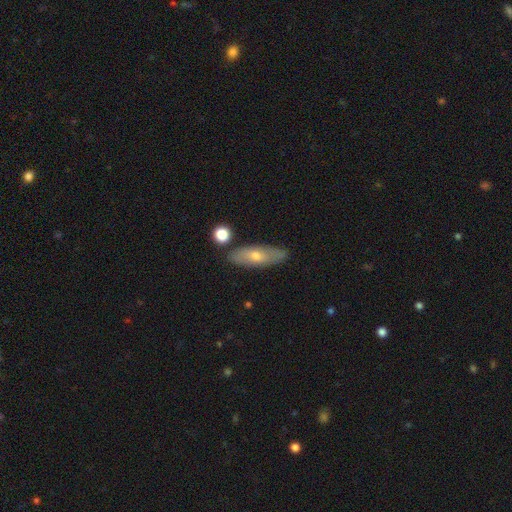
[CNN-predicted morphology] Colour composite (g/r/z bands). It shows a smooth galaxy with no disk features (53%) that is in between round and cigar-shaped (53%). Merging: none (83%).